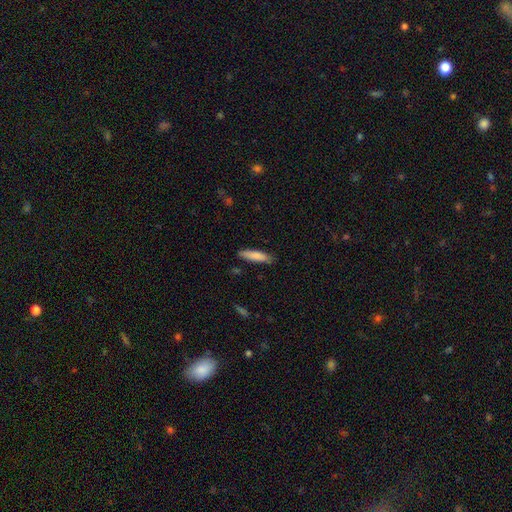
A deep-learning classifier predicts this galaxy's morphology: Smooth or featured? Predicted: smooth (p=0.81). How rounded? Predicted: cigar-shaped (p=0.78). Merging? Predicted: none (p=0.85).